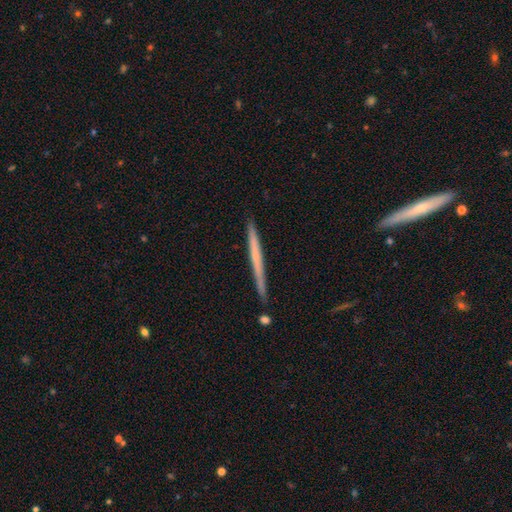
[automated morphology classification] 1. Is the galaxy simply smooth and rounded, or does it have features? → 49% featured or disk, 45% smooth, 6% star or artifact.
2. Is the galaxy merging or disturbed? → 89% none, 8% minor disturbance, 2% merger, 1% major disturbance.